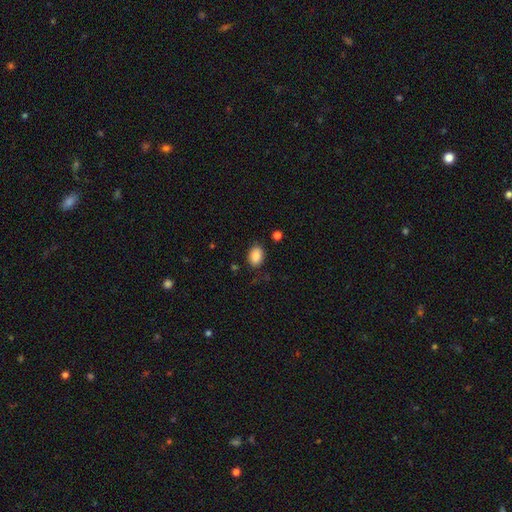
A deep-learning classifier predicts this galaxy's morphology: smooth 87%, star or artifact 8%, featured or disk 5%. Down the decision tree: how rounded — in between (80%); merging — none (84%).